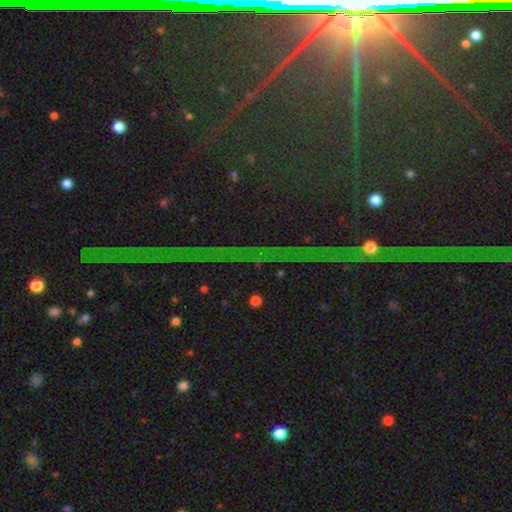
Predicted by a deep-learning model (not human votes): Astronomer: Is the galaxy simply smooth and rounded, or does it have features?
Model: star or artifact — 86%.